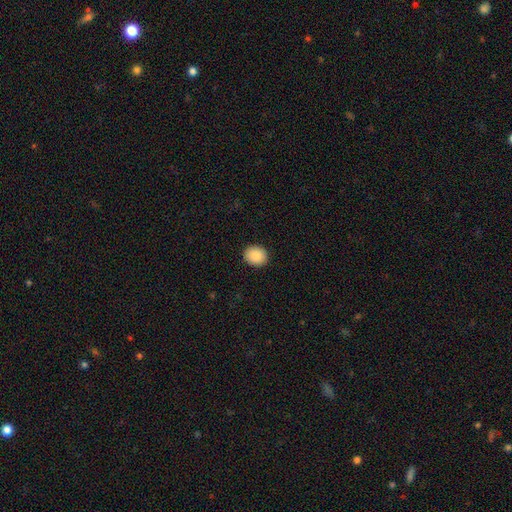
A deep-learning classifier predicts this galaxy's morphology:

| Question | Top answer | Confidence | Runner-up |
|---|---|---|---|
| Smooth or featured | smooth | 89% | star or artifact (7%) |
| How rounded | round | 67% | in between (32%) |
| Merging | none | 91% | minor disturbance (6%) |